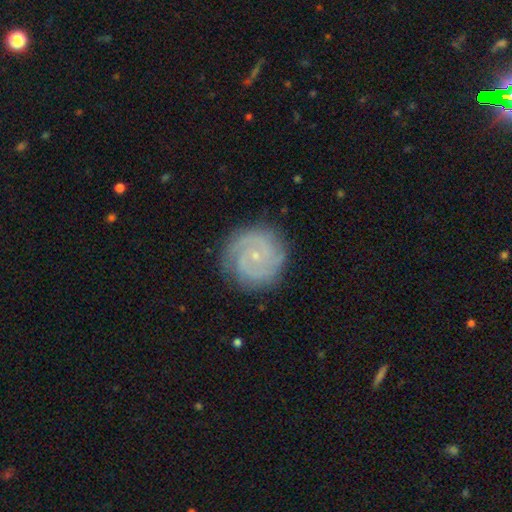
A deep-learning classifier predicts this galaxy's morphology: Smooth or featured: featured or disk — 86% (smooth — 8%)
Edge-on disk: no — 98% (yes — 2%)
Bar: no — 72% (weak — 23%)
Spiral arms: yes — 97% (no — 3%)
Spiral winding: tight — 70% (medium — 26%)
Spiral arm count: 2 — 59% (3 — 17%)
Bulge size: small — 84% (moderate — 12%)
Merging: none — 85% (minor disturbance — 11%)